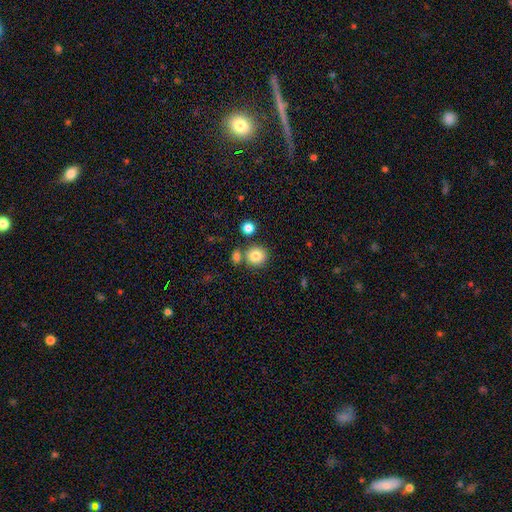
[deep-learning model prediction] This appears to be a smooth galaxy with no disk features (82%) that is round (87%). Merging: none (73%).